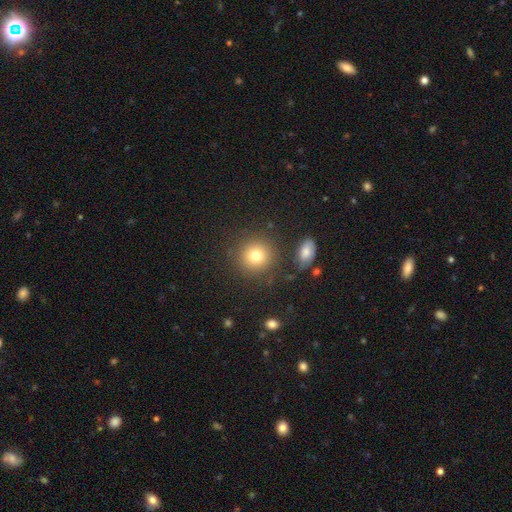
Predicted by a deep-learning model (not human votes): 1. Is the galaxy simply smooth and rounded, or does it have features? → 80% smooth, 11% star or artifact, 9% featured or disk.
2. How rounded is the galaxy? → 91% round, 8% in between, 1% cigar-shaped.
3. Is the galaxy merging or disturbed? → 84% none, 8% minor disturbance, 4% merger, 3% major disturbance.